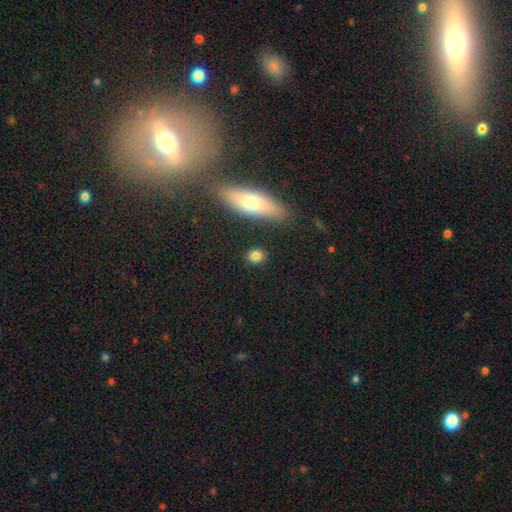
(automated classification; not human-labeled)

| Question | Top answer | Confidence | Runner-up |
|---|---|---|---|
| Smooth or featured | smooth | 82% | star or artifact (9%) |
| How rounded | round | 69% | in between (27%) |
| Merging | none | 85% | minor disturbance (8%) |